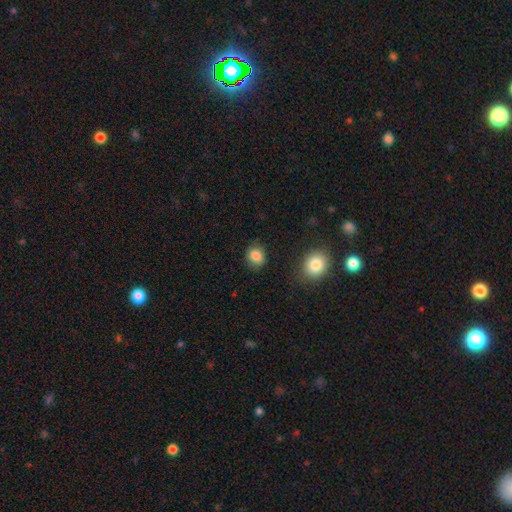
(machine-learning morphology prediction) Smooth or featured?
  - smooth: 86% *
  - star or artifact: 9%
  - featured or disk: 5%
How rounded?
  - round: 62% *
  - in between: 36%
  - cigar-shaped: 1%
Merging?
  - none: 79% *
  - minor disturbance: 15%
  - major disturbance: 4%
  - merger: 2%